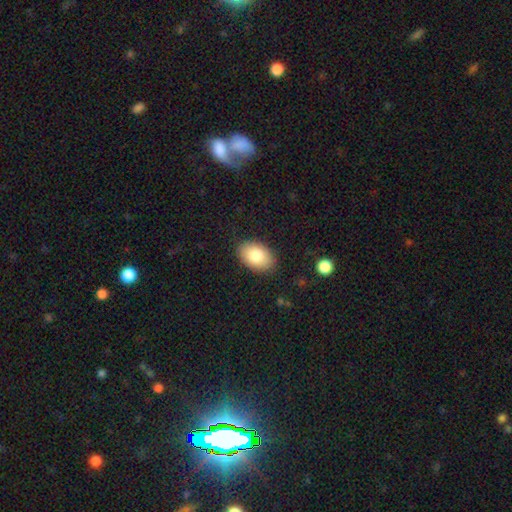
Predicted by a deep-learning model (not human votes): Q: Smooth or featured?
A: smooth (83%); runner-up: featured or disk (10%)
Q: How rounded?
A: in between (90%); runner-up: round (9%)
Q: Merging?
A: none (87%); runner-up: minor disturbance (10%)